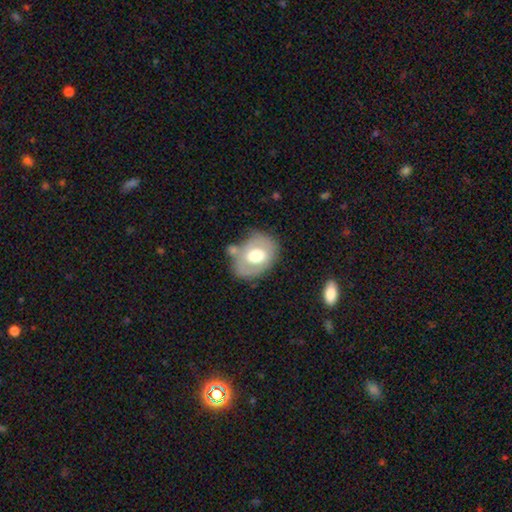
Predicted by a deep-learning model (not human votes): A smooth galaxy with no disk features (50%). Merging: none (53%).